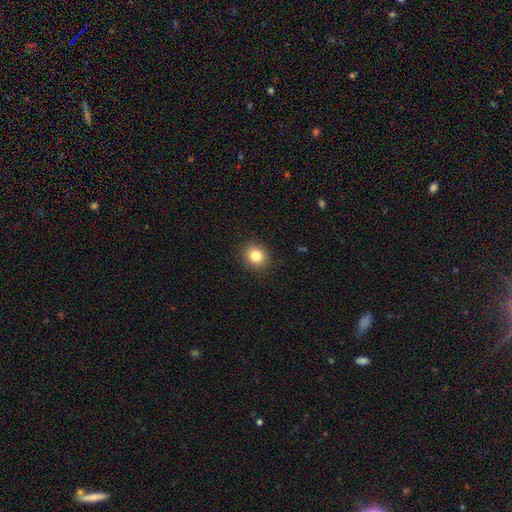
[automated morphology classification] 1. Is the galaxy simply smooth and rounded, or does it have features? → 83% smooth, 11% star or artifact, 6% featured or disk.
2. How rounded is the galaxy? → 73% round, 26% in between, 1% cigar-shaped.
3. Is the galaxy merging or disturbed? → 90% none, 7% minor disturbance, 2% major disturbance, 1% merger.